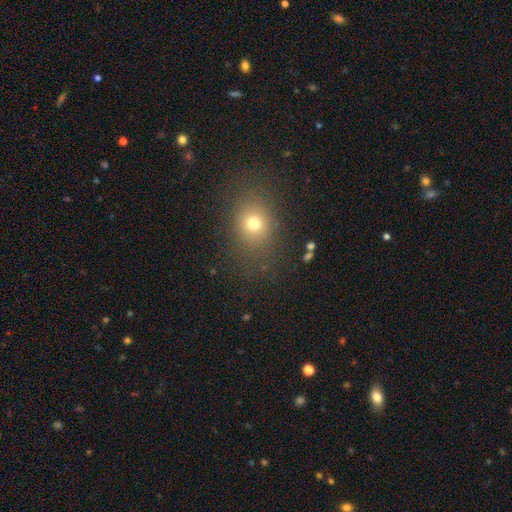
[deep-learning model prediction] Smooth or featured? Predicted: smooth (p=0.64). How rounded? Predicted: round (p=0.51). Merging? Predicted: none (p=0.87).